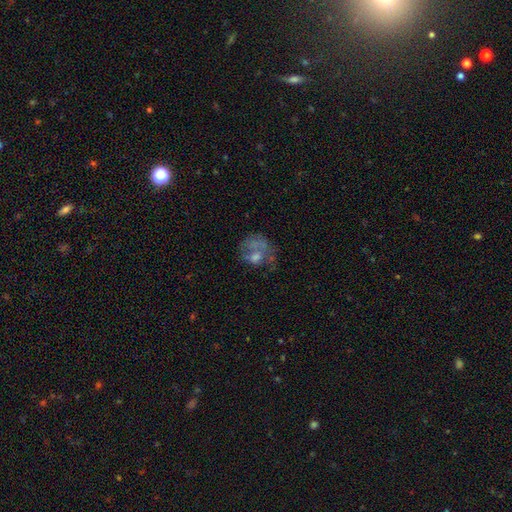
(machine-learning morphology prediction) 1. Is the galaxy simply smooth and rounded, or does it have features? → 48% featured or disk, 36% smooth, 16% star or artifact.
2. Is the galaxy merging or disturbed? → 41% none, 33% major disturbance, 19% minor disturbance, 7% merger.